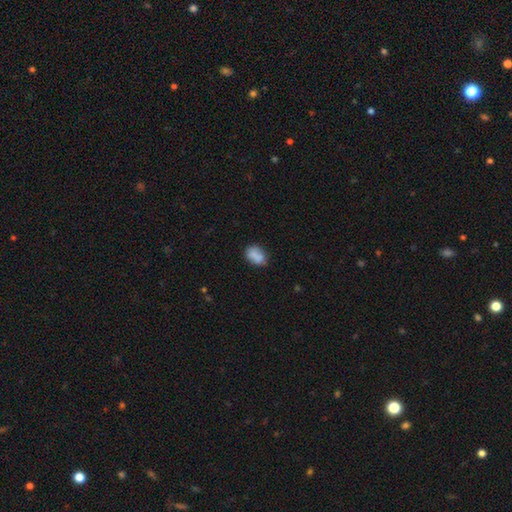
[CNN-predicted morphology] Smooth or featured: smooth — 79% (featured or disk — 12%)
How rounded: in between — 76% (round — 23%)
Merging: none — 60% (minor disturbance — 25%)